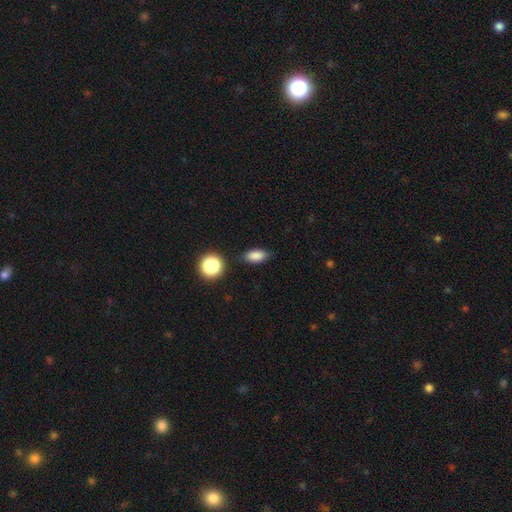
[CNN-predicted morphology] This is clearly a smooth galaxy (84%). How rounded: clearly in between (85%). Merging: clearly none (81%).